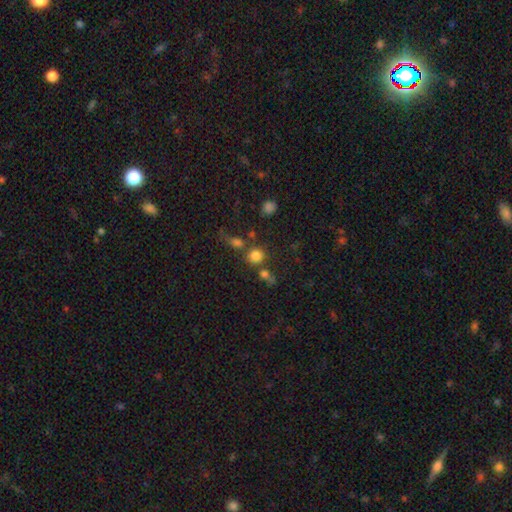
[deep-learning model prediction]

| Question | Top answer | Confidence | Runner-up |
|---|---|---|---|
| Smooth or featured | smooth | 78% | star or artifact (15%) |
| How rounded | round | 88% | in between (11%) |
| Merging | none | 65% | merger (20%) |